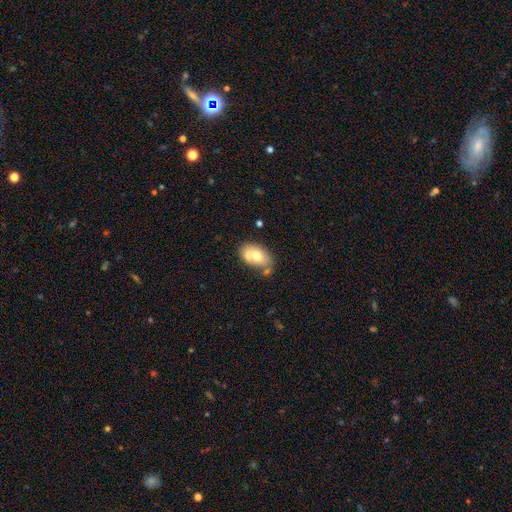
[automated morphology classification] A smooth galaxy with no disk features (66%) that is in between round and cigar-shaped (88%). Merging: none (45%).